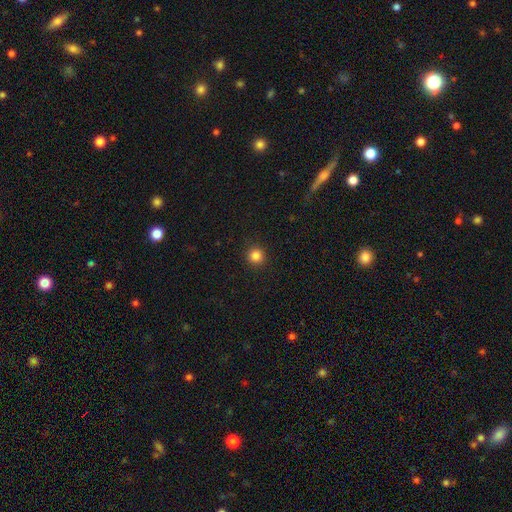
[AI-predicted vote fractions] Smooth or featured? Predicted: smooth (p=0.85). How rounded? Predicted: round (p=0.95). Merging? Predicted: none (p=0.92).